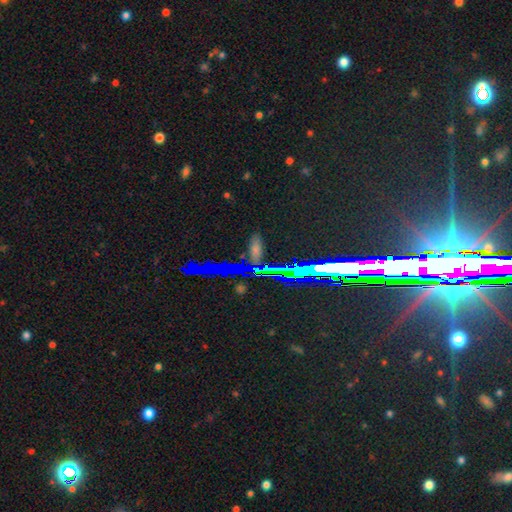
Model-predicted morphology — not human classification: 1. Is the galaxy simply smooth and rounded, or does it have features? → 73% star or artifact, 14% featured or disk, 14% smooth.